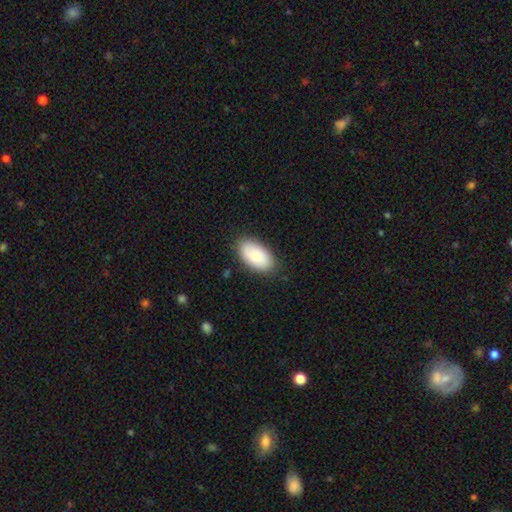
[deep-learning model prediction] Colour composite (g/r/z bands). It shows a smooth galaxy with no disk features (75%) that is in between round and cigar-shaped (94%). Merging: none (83%).